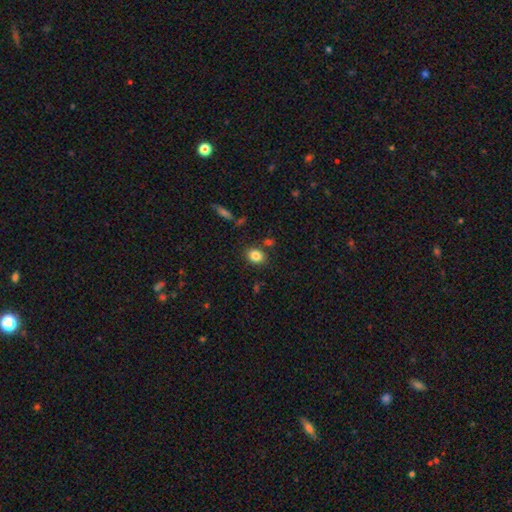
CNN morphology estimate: Overall: smooth (84%). How rounded: in between (55%; round 44%). Merging: none (82%).